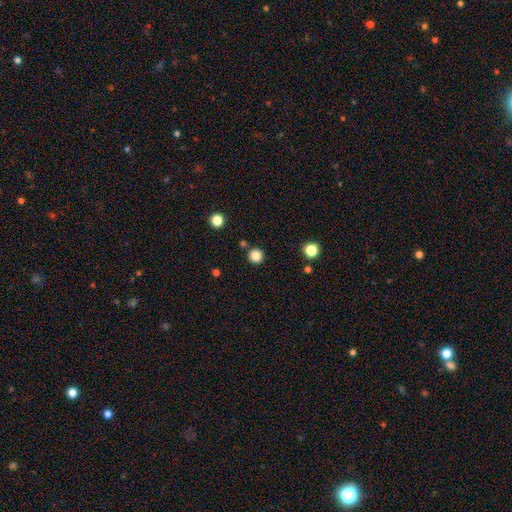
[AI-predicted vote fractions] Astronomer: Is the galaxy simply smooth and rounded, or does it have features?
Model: smooth — 84%.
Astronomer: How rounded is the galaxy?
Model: round — 96%.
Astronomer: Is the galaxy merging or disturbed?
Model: none — 89%.